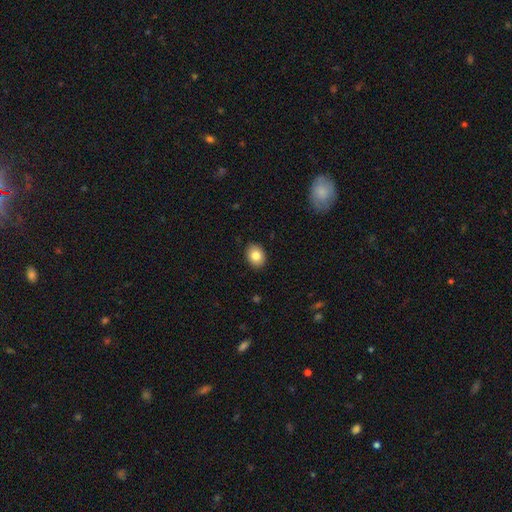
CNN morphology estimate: Smooth or featured? Predicted: smooth (p=0.83). How rounded? Predicted: in between (p=0.62). Merging? Predicted: none (p=0.90).